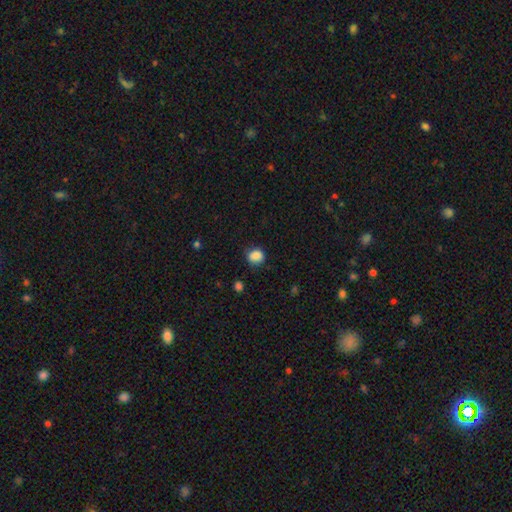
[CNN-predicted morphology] Overall: smooth (87%). How rounded: round (69%; in between 30%). Merging: none (76%).